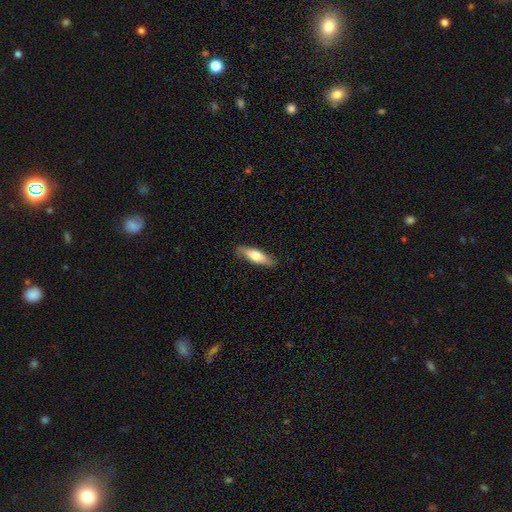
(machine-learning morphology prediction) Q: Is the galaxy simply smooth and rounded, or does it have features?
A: smooth — 60%.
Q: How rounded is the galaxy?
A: cigar-shaped — 54%.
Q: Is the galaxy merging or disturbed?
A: none — 83%.